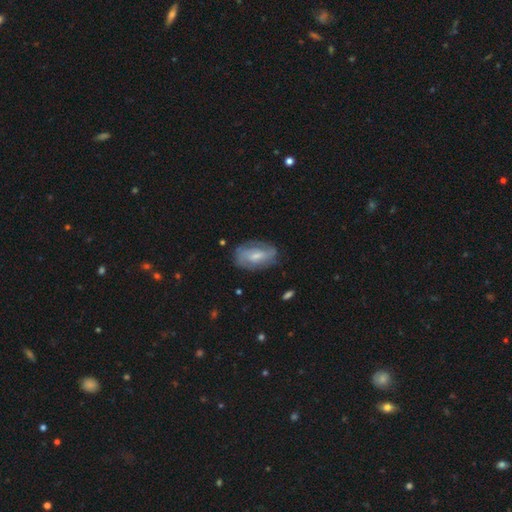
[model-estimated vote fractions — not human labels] smooth-or-featured: featured or disk: 62% | smooth: 31% | star or artifact: 7%
  disk-edge-on: no: 95% | yes: 5%
    bar: weak: 45% | no: 40% | strong: 15%
    has-spiral-arms: yes: 79% | no: 21%
    bulge-size: small: 44% | moderate: 42% | none: 7% | large: 5% | dominant: 1%
  merging: none: 69% | minor disturbance: 21% | major disturbance: 8% | merger: 2%